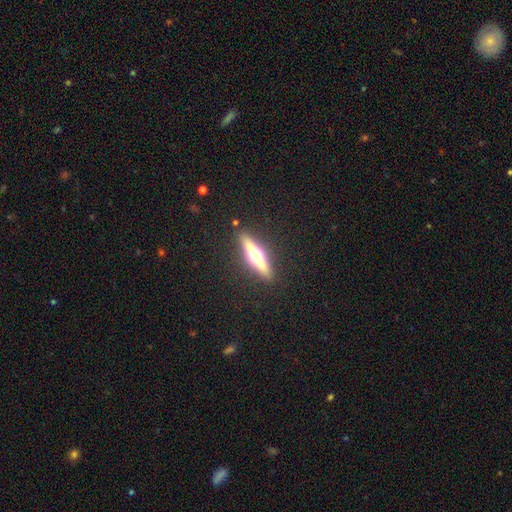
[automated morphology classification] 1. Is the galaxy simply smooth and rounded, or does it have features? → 68% featured or disk, 25% smooth, 6% star or artifact.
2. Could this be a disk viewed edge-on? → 96% yes, 4% no.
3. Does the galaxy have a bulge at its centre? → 94% rounded, 4% boxy, 2% none.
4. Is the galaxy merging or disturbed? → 88% none, 8% minor disturbance, 2% major disturbance, 2% merger.